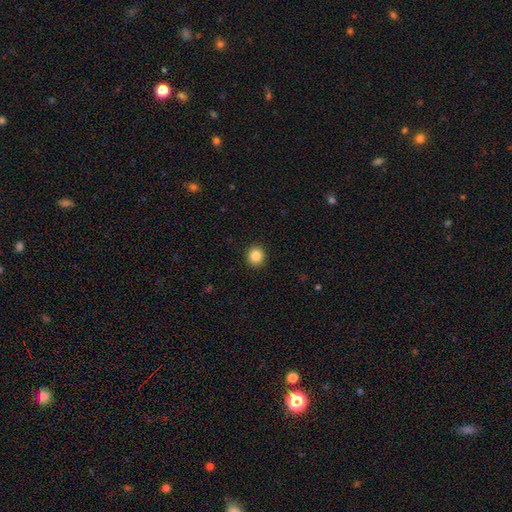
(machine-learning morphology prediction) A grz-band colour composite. It shows a smooth galaxy with no disk features (87%) that is round (90%). Merging: none (92%).